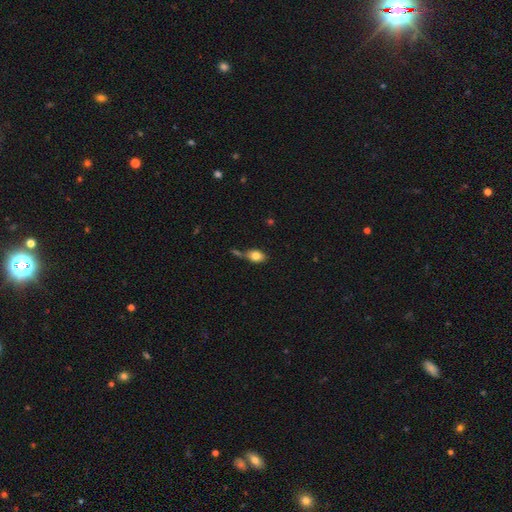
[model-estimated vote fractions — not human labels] Smooth or featured? Predicted: smooth (p=0.80). How rounded? Predicted: in between (p=0.79). Merging? Predicted: none (p=0.47).